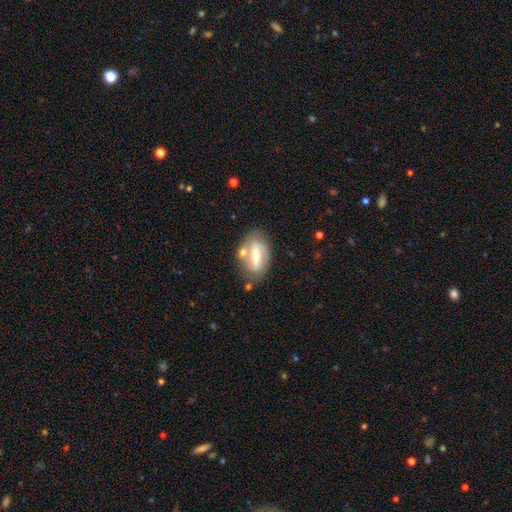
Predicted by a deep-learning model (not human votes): Smooth or featured: featured or disk — 66% (smooth — 28%)
Edge-on disk: no — 87% (yes — 13%)
Bar: strong — 60% (weak — 27%)
Spiral arms: yes — 62% (no — 38%)
Bulge size: moderate — 59% (small — 28%)
Merging: none — 67% (minor disturbance — 17%)